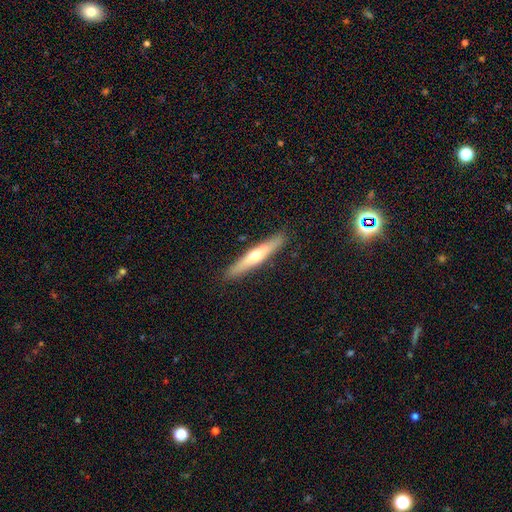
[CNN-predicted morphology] Smooth or featured? Predicted: featured or disk (p=0.54). Edge-on disk? Predicted: yes (p=0.91). Merging? Predicted: none (p=0.89).